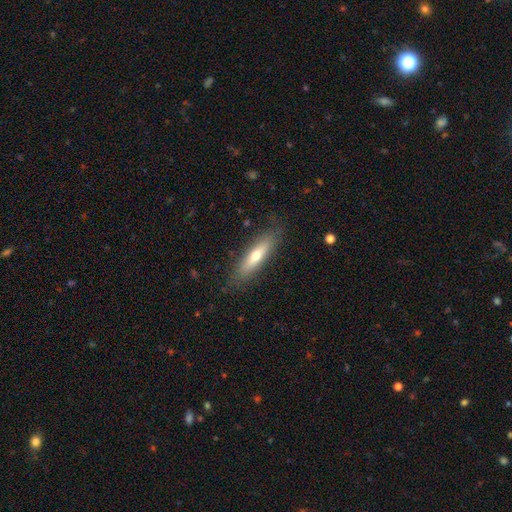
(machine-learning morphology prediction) Q: Smooth or featured?
A: smooth (58%); runner-up: featured or disk (36%)
Q: How rounded?
A: cigar-shaped (72%); runner-up: in between (26%)
Q: Merging?
A: none (84%); runner-up: minor disturbance (12%)